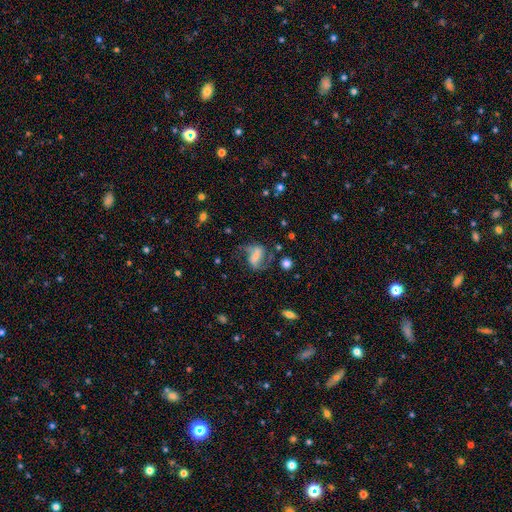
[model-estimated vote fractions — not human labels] smooth-or-featured: featured or disk: 66% | smooth: 24% | star or artifact: 10%
  disk-edge-on: no: 95% | yes: 5%
    bar: strong: 46% | weak: 33% | no: 21%
    has-spiral-arms: yes: 88% | no: 12%
      spiral-winding: loose: 50% | medium: 38% | tight: 12%
      spiral-arm-count: 2: 85% | 1: 6% | can't tell: 6% | 3: 1% | 4: 1% | more than 4: 1%
    bulge-size: small: 35% | none: 29% | moderate: 22% | large: 10% | dominant: 3%
  merging: none: 53% | major disturbance: 22% | minor disturbance: 21% | merger: 4%